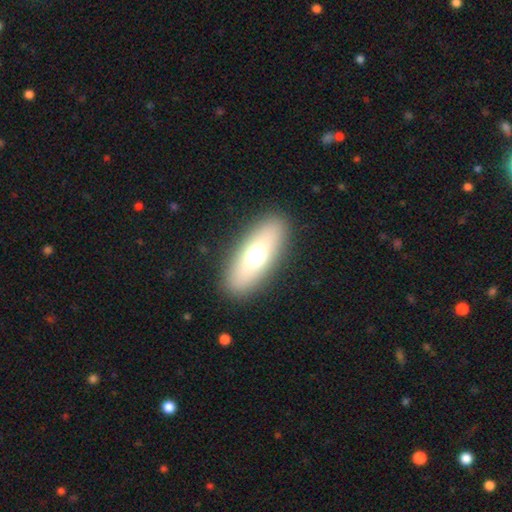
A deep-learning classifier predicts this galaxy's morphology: smooth-or-featured: smooth: 59% | featured or disk: 28% | star or artifact: 13%
  how-rounded: in between: 73% | cigar-shaped: 18% | round: 9%
  merging: none: 88% | minor disturbance: 7% | major disturbance: 4% | merger: 1%